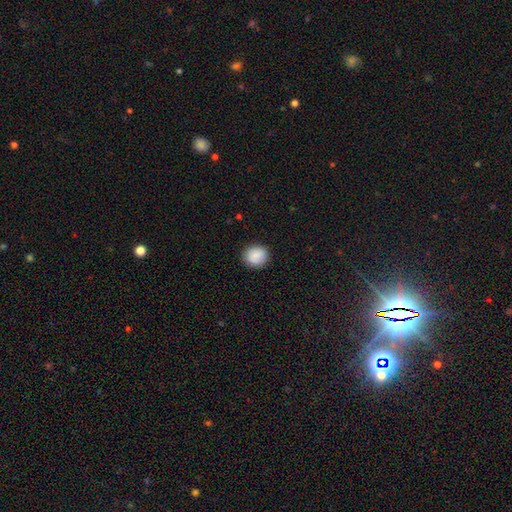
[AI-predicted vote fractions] smooth 88%, star or artifact 7%, featured or disk 5%. Down the decision tree: how rounded — round (83%); merging — none (88%).